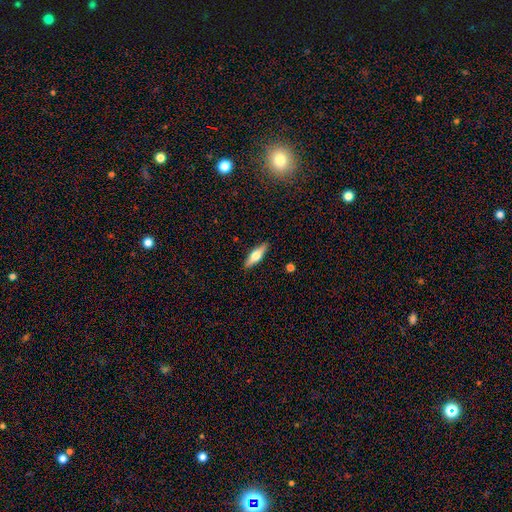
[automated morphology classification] Overall: smooth (51%; featured or disk 43%). How rounded: cigar-shaped (53%; in between 44%). Merging: none (89%).